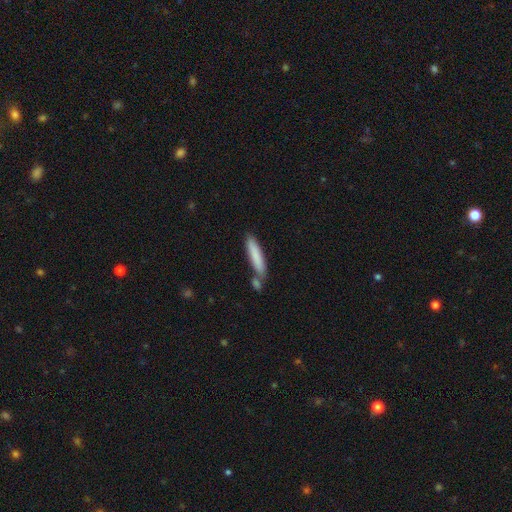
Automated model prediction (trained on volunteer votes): A smooth galaxy with no disk features (80%) that is cigar-shaped (86%).

Vote fractions:
- Smooth or featured? smooth: 80% / featured or disk: 14% / star or artifact: 6%
- How rounded? cigar-shaped: 86% / in between: 13% / round: 1%
- Merging? none: 64% / merger: 20% / minor disturbance: 13% / major disturbance: 3%